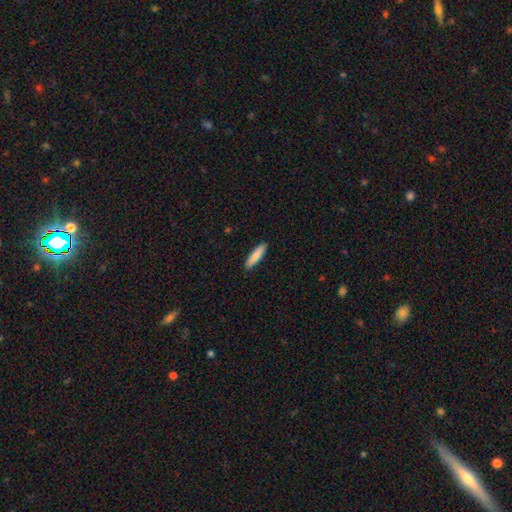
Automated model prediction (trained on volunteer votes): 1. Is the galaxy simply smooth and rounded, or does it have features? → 83% smooth, 12% featured or disk, 5% star or artifact.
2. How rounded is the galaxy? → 77% cigar-shaped, 21% in between, 1% round.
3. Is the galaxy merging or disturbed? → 91% none, 7% minor disturbance, 1% major disturbance, 1% merger.